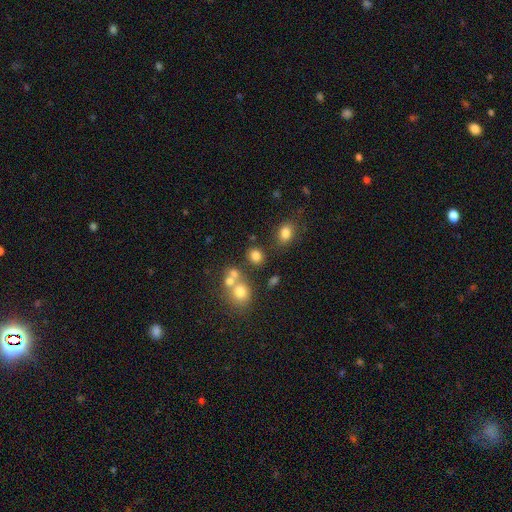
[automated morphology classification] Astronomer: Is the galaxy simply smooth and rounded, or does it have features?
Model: smooth — 77%.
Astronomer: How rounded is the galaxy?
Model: round — 71%.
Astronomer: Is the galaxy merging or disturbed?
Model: none — 69%.